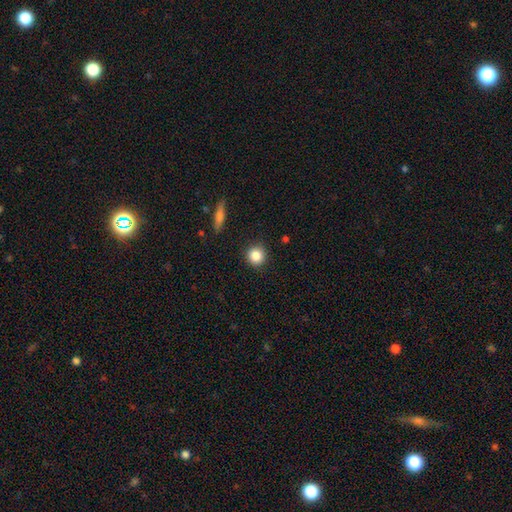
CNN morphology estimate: smooth_or_featured: smooth (p=0.85) [alt: star or artifact p=0.10]
how_rounded: round (p=0.93) [alt: in between p=0.06]
merging: none (p=0.91) [alt: minor disturbance p=0.06]